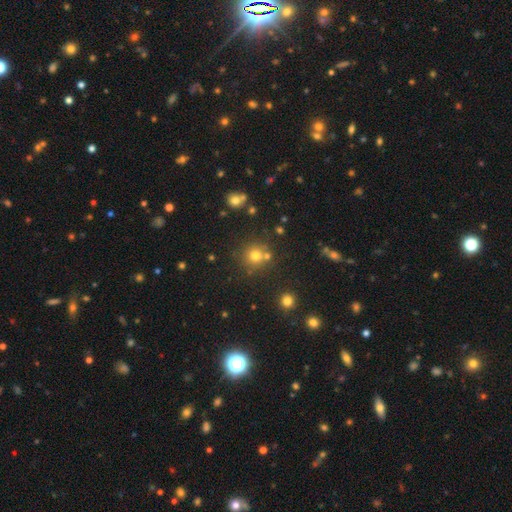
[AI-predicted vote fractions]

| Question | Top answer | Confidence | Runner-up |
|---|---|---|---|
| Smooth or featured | smooth | 70% | star or artifact (20%) |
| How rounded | round | 92% | in between (8%) |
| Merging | none | 73% | merger (16%) |